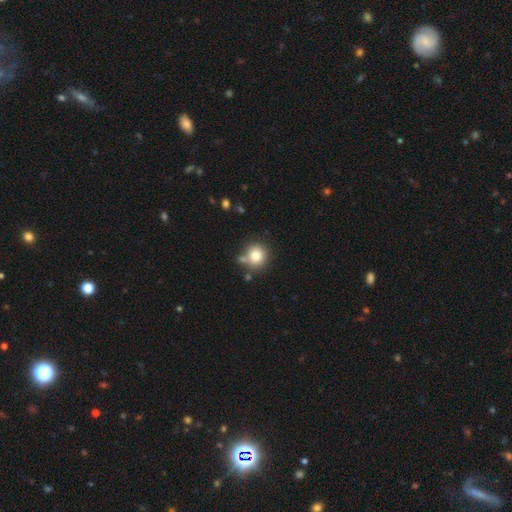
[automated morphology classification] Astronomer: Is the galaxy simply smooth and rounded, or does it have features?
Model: smooth — 79%.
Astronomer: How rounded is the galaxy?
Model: round — 91%.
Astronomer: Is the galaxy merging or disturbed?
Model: none — 71%.